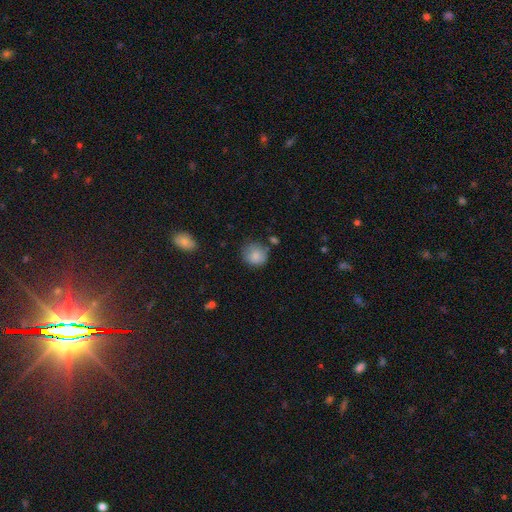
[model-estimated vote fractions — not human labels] Smooth or featured?
  - smooth: 84% *
  - star or artifact: 9%
  - featured or disk: 8%
How rounded?
  - round: 86% *
  - in between: 13%
  - cigar-shaped: 1%
Merging?
  - none: 71% *
  - minor disturbance: 20%
  - merger: 5%
  - major disturbance: 5%